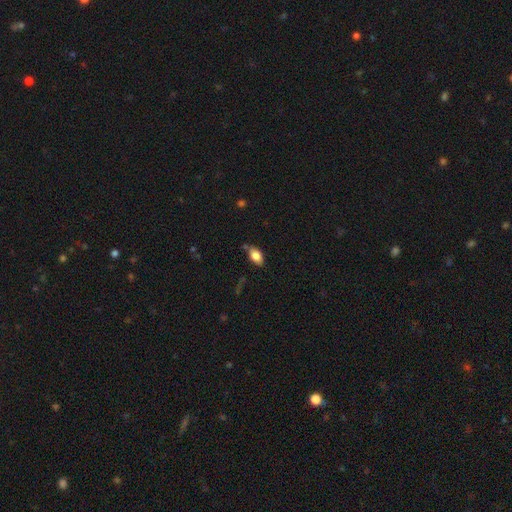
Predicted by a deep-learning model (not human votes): Smooth or featured? smooth (81%)
How rounded? in between (90%)
Merging? none (72%)